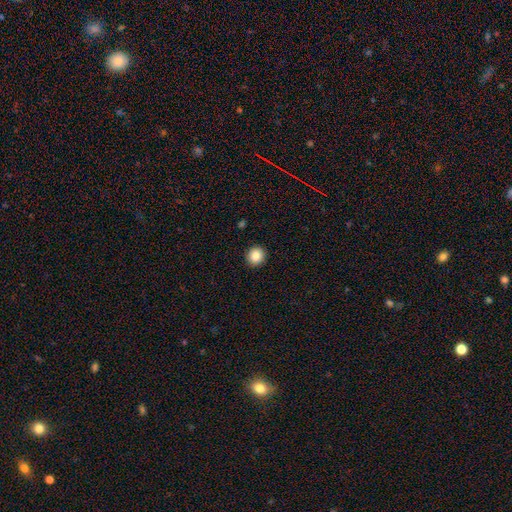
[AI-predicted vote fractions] Smooth or featured: smooth — 86% (star or artifact — 9%)
How rounded: round — 91% (in between — 8%)
Merging: none — 92% (minor disturbance — 5%)